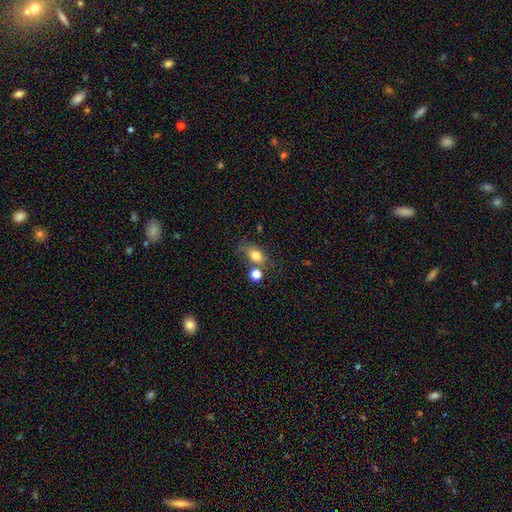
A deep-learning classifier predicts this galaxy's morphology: This appears to be a smooth galaxy with no disk features (77%) that is in between round and cigar-shaped (69%). Merging: none (56%).